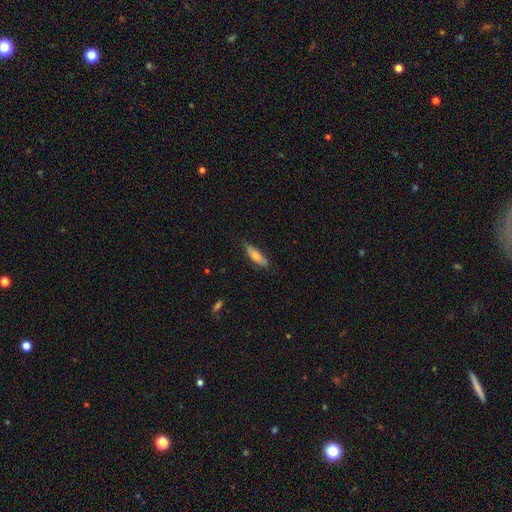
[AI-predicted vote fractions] The model was most divided on "smooth or featured": smooth: 58%, featured or disk: 35%, star or artifact: 7%. More confident: merging — none (81%); how rounded — cigar-shaped (64%).